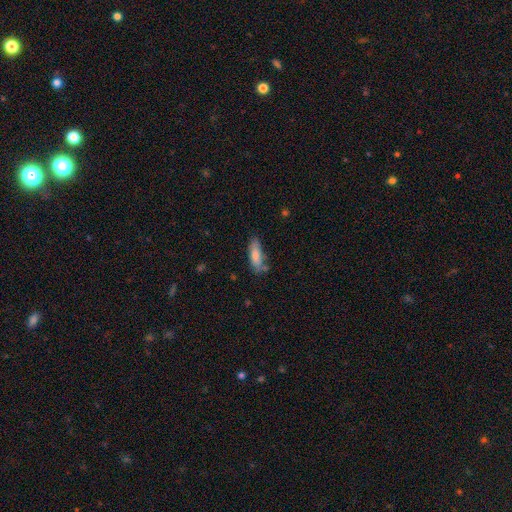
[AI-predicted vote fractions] Overall: smooth (78%). How rounded: in between (63%; cigar-shaped 36%). Merging: none (61%; minor disturbance 25%).